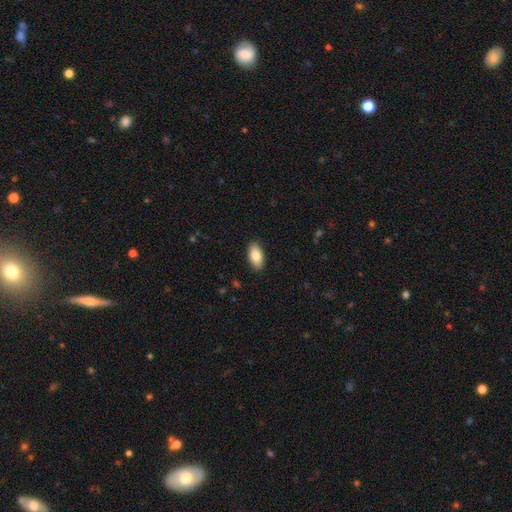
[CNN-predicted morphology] Smooth or featured?
  - smooth: 83% *
  - featured or disk: 10%
  - star or artifact: 6%
How rounded?
  - in between: 92% *
  - cigar-shaped: 5%
  - round: 3%
Merging?
  - none: 89% *
  - minor disturbance: 8%
  - major disturbance: 2%
  - merger: 1%